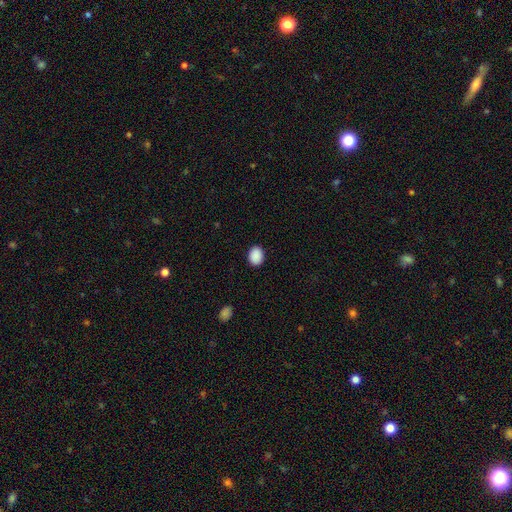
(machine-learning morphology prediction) type=smooth (90%); roundness=in between (56%); merging=none (90%).